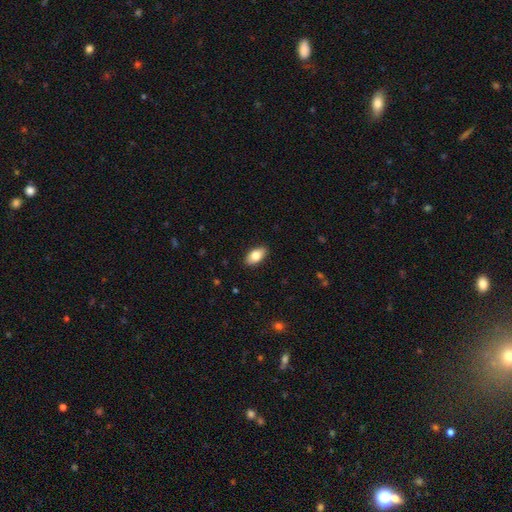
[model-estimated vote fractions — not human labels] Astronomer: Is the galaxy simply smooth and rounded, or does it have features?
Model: smooth — 79%.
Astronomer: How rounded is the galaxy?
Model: in between — 92%.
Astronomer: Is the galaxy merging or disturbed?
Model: none — 89%.